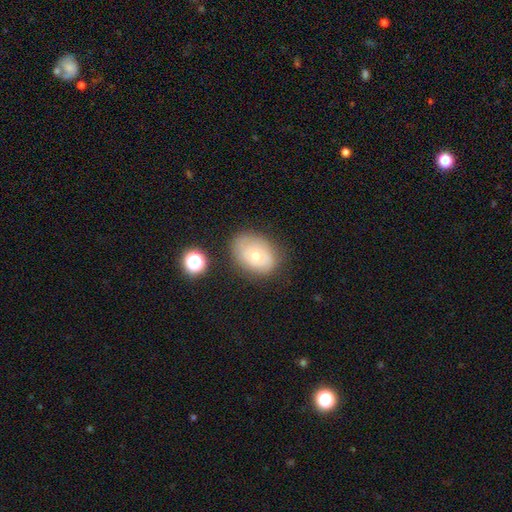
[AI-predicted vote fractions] This appears to be a smooth galaxy with no disk features (60%) that is in between round and cigar-shaped (72%). Merging: none (71%).